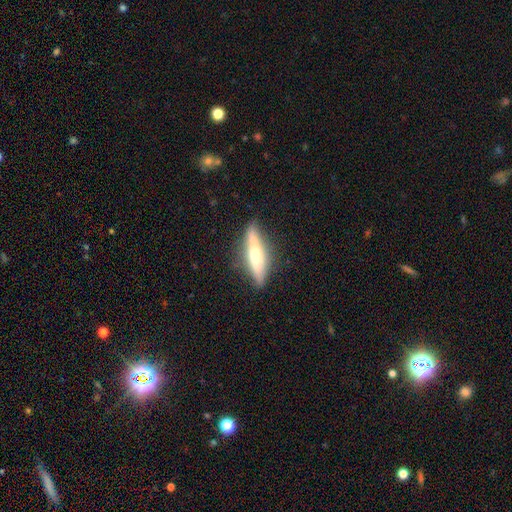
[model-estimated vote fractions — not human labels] A featured or disk galaxy (53%) viewed edge-on (87%).

Vote fractions:
- Smooth or featured? featured or disk: 53% / smooth: 41% / star or artifact: 6%
- Edge-on disk? yes: 87% / no: 13%
- Merging? none: 76% / minor disturbance: 17% / major disturbance: 4% / merger: 2%